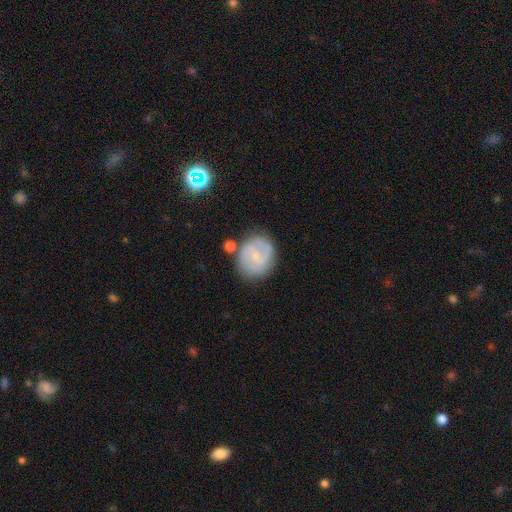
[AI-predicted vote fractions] Q: Smooth or featured?
A: featured or disk (72%); runner-up: smooth (22%)
Q: Edge-on disk?
A: no (98%); runner-up: yes (2%)
Q: Bar?
A: weak (49%); runner-up: no (41%)
Q: Spiral arms?
A: yes (90%); runner-up: no (10%)
Q: Spiral winding?
A: medium (45%); runner-up: tight (38%)
Q: Spiral arm count?
A: 2 (72%); runner-up: can't tell (14%)
Q: Bulge size?
A: small (73%); runner-up: moderate (18%)
Q: Merging?
A: none (73%); runner-up: minor disturbance (16%)